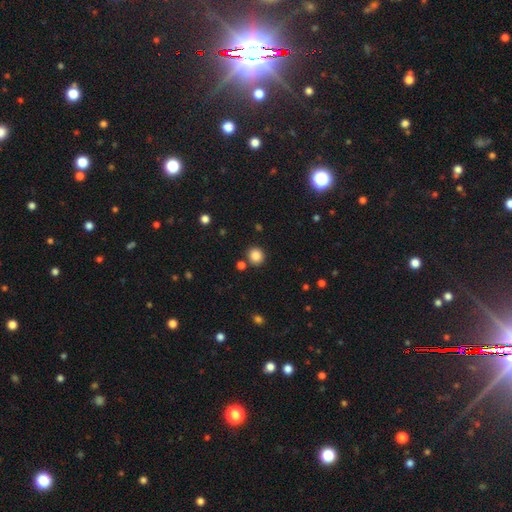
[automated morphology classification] Smooth or featured? smooth (85%)
How rounded? round (88%)
Merging? none (85%)